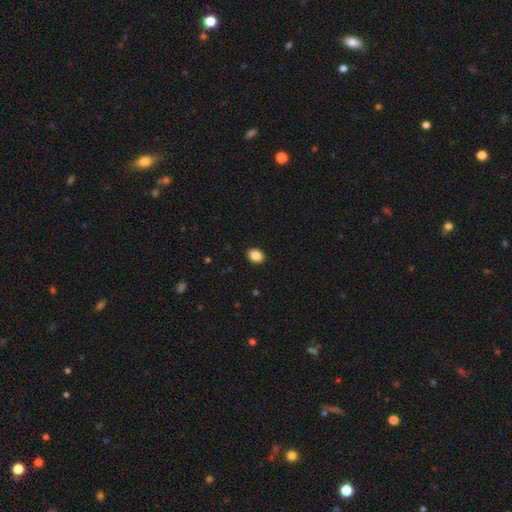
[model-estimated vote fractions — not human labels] This appears to be a smooth galaxy with no disk features (87%) that is in between round and cigar-shaped (70%). Merging: none (91%).